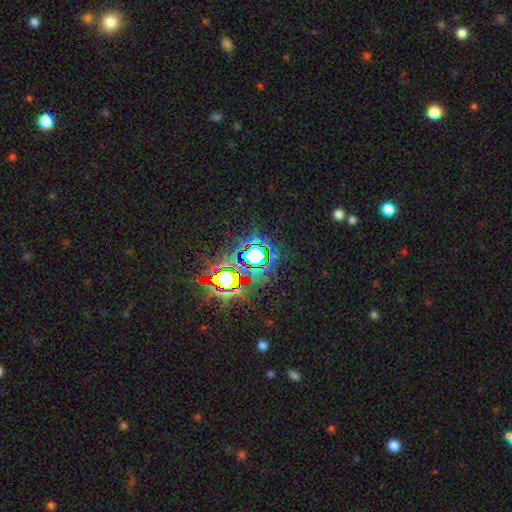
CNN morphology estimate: This appears to be a star or artifact, not a galaxy (80%).